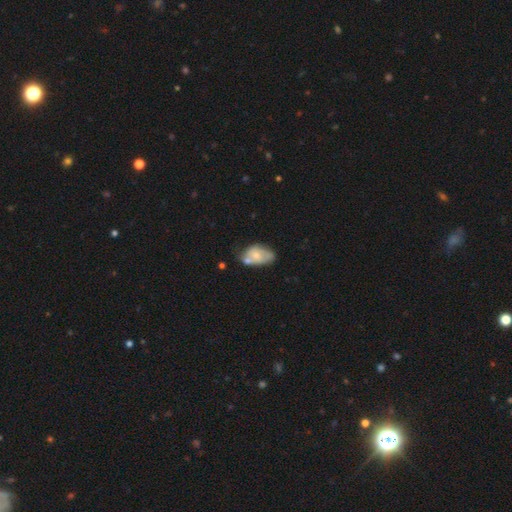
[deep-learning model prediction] Smooth or featured? smooth (56%)
How rounded? in between (90%)
Merging? none (34%)